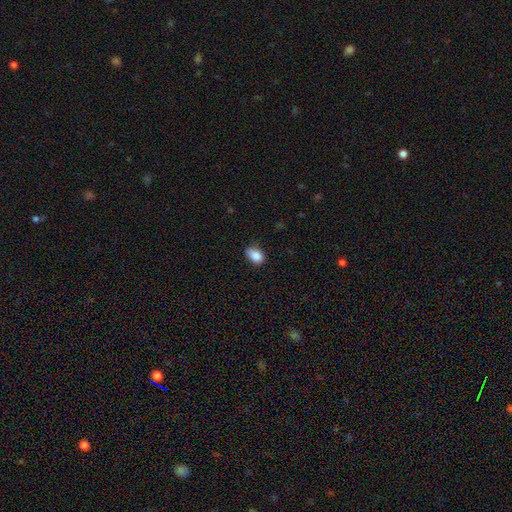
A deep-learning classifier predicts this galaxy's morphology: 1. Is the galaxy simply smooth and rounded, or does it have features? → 87% smooth, 8% star or artifact, 4% featured or disk.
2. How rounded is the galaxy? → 83% in between, 16% round, 1% cigar-shaped.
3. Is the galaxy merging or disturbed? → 70% none, 25% minor disturbance, 4% major disturbance, 1% merger.